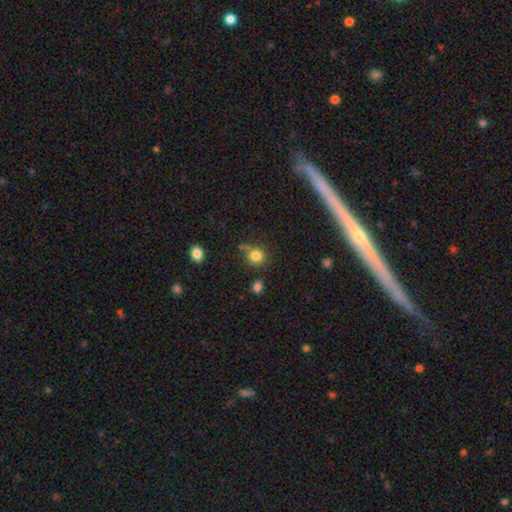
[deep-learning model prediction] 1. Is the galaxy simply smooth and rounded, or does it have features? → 82% smooth, 12% star or artifact, 6% featured or disk.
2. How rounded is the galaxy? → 85% round, 14% in between, 1% cigar-shaped.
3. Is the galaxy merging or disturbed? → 68% none, 16% minor disturbance, 11% merger, 6% major disturbance.